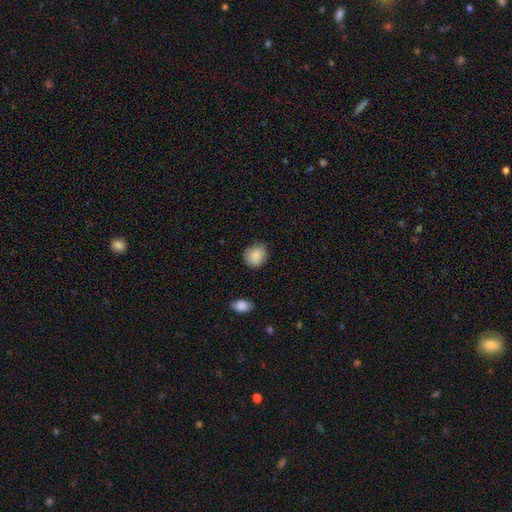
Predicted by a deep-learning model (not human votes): Morphology: type=smooth (87%); roundness=round (74%); merging=none (80%).